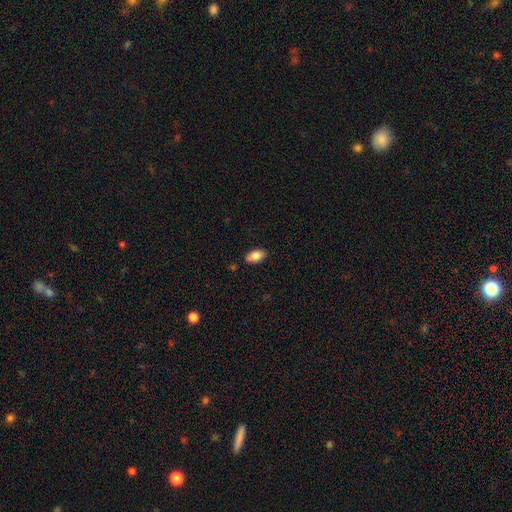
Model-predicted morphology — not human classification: This appears to be a smooth galaxy with no disk features (84%) that is in between round and cigar-shaped (93%). Merging: none (82%).